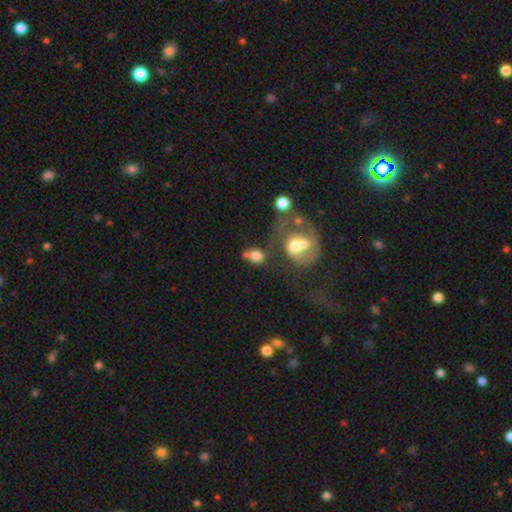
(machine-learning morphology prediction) type=smooth (69%); roundness=in between (51%); merging=merger (41%).